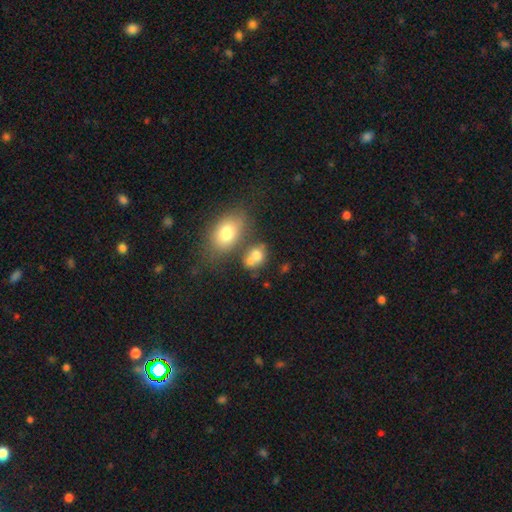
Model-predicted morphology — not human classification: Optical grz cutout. It shows a smooth galaxy with no disk features (74%) that is in between round and cigar-shaped (51%). Merging: merger (44%).